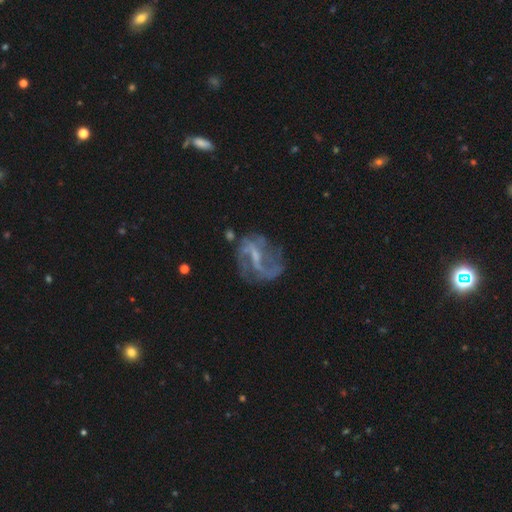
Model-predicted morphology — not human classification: smooth-or-featured: featured or disk: 79% | smooth: 12% | star or artifact: 9%
  disk-edge-on: no: 97% | yes: 3%
    bar: weak: 51% | strong: 27% | no: 22%
    has-spiral-arms: yes: 84% | no: 16%
      spiral-winding: loose: 48% | medium: 38% | tight: 14%
      spiral-arm-count: 2: 55% | can't tell: 20% | 3: 12% | 1: 6% | 4: 4% | more than 4: 3%
    bulge-size: small: 49% | none: 25% | moderate: 24% | large: 2% | dominant: 1%
  merging: none: 57% | major disturbance: 19% | minor disturbance: 19% | merger: 4%